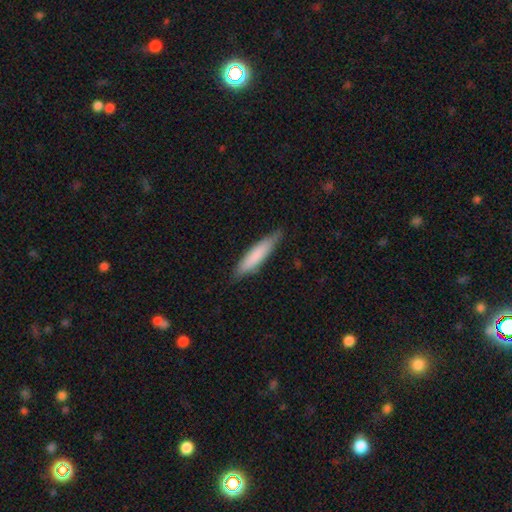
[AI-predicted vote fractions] smooth-or-featured: smooth: 79% | featured or disk: 15% | star or artifact: 5%
  how-rounded: cigar-shaped: 83% | in between: 15% | round: 1%
  merging: none: 83% | minor disturbance: 14% | major disturbance: 2% | merger: 1%